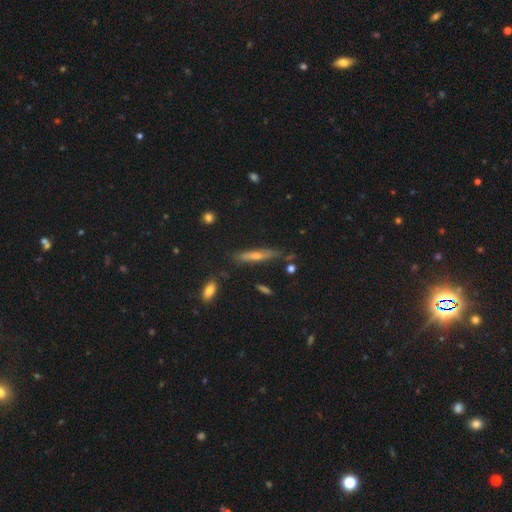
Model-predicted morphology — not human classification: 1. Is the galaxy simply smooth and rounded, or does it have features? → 55% featured or disk, 34% smooth, 11% star or artifact.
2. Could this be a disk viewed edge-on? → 91% yes, 9% no.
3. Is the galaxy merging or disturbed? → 76% none, 17% minor disturbance, 4% major disturbance, 4% merger.